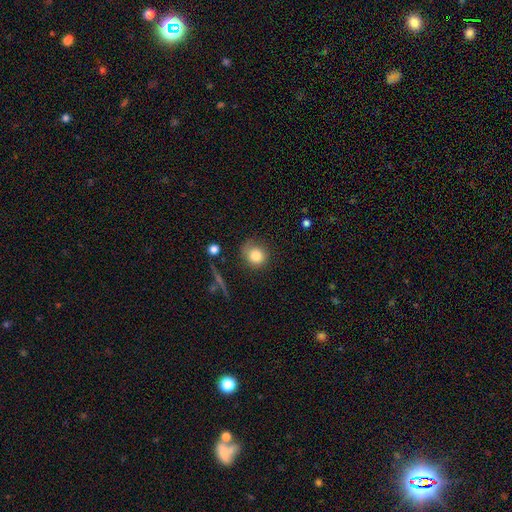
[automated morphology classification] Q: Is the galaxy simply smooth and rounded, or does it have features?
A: smooth — 79%.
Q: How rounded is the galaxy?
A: round — 82%.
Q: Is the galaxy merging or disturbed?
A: none — 68%.